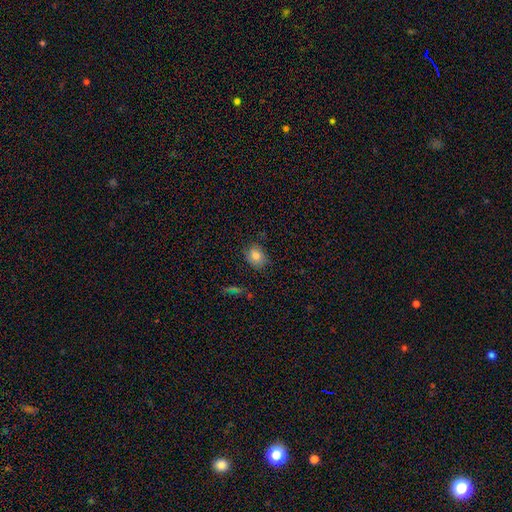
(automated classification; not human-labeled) Q: Smooth or featured?
A: smooth (82%); runner-up: star or artifact (10%)
Q: How rounded?
A: in between (53%); runner-up: round (46%)
Q: Merging?
A: none (77%); runner-up: minor disturbance (18%)